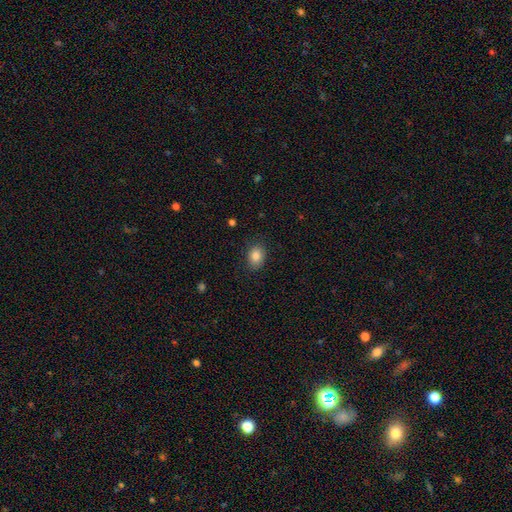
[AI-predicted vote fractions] A smooth galaxy with no disk features (85%) that is in between round and cigar-shaped (65%). Merging: none (84%).